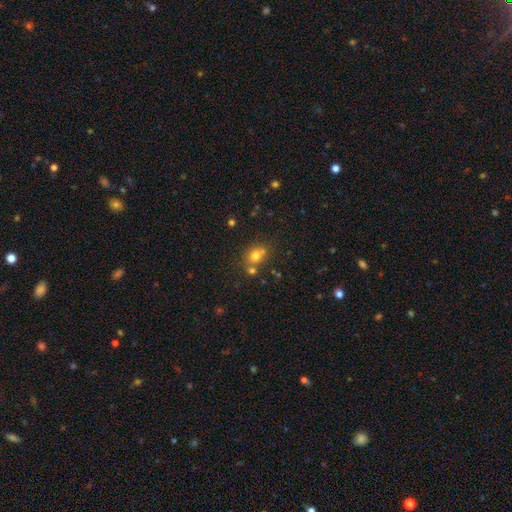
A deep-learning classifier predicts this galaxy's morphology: smooth-or-featured: smooth: 71% | star or artifact: 17% | featured or disk: 12%
  how-rounded: round: 66% | in between: 33% | cigar-shaped: 1%
  merging: none: 54% | merger: 30% | minor disturbance: 12% | major disturbance: 4%